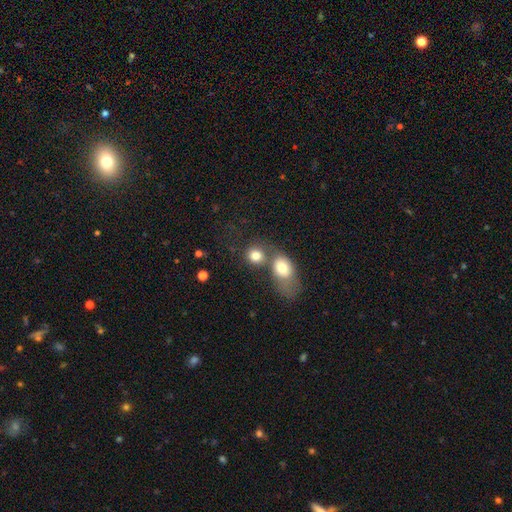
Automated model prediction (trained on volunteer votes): Smooth or featured: smooth — 79% (featured or disk — 11%)
How rounded: round — 75% (in between — 24%)
Merging: merger — 49% (none — 36%)